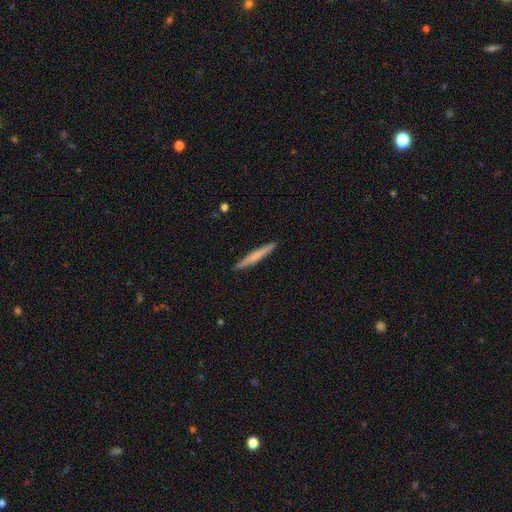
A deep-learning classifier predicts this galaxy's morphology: This is possibly a smooth galaxy (58%). How rounded: clearly cigar-shaped (96%). Merging: clearly none (92%).